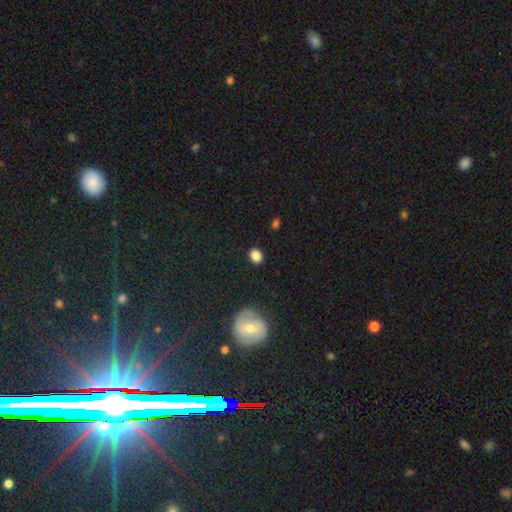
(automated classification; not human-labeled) Overall: smooth (85%). How rounded: round (54%; in between 45%). Merging: none (86%).